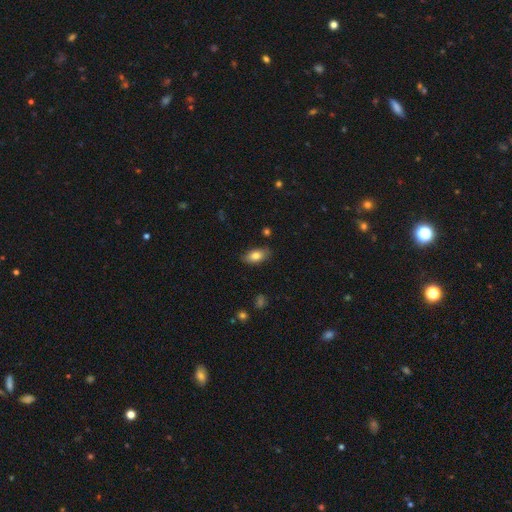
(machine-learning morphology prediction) This is clearly a smooth galaxy (81%). How rounded: clearly in between (92%). Merging: clearly none (84%).